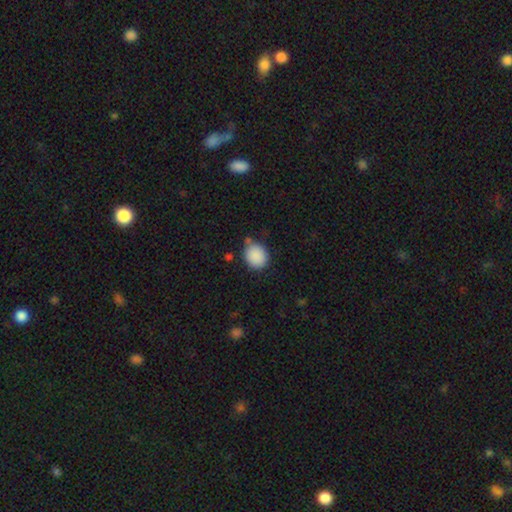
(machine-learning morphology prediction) A smooth galaxy with no disk features (89%) that is round (66%). Merging: none (71%).